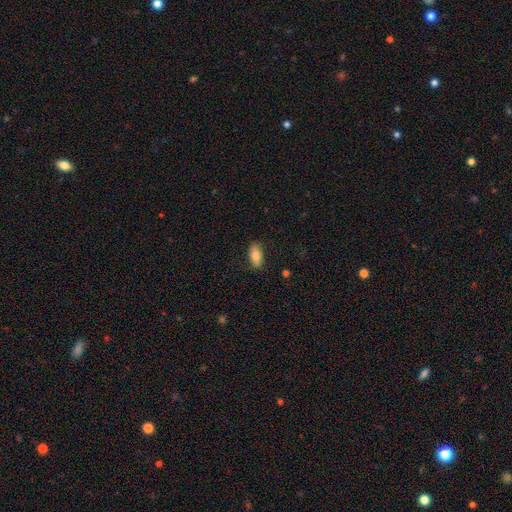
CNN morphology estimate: smooth-or-featured: smooth: 72% | featured or disk: 22% | star or artifact: 7%
  how-rounded: in between: 84% | cigar-shaped: 12% | round: 4%
  merging: none: 83% | minor disturbance: 13% | major disturbance: 2% | merger: 1%